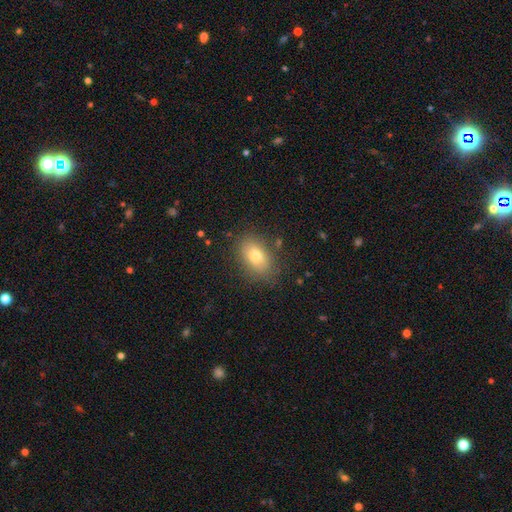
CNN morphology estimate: smooth-or-featured: smooth: 75% | featured or disk: 15% | star or artifact: 10%
  how-rounded: in between: 85% | round: 13% | cigar-shaped: 2%
  merging: none: 82% | minor disturbance: 12% | major disturbance: 4% | merger: 2%